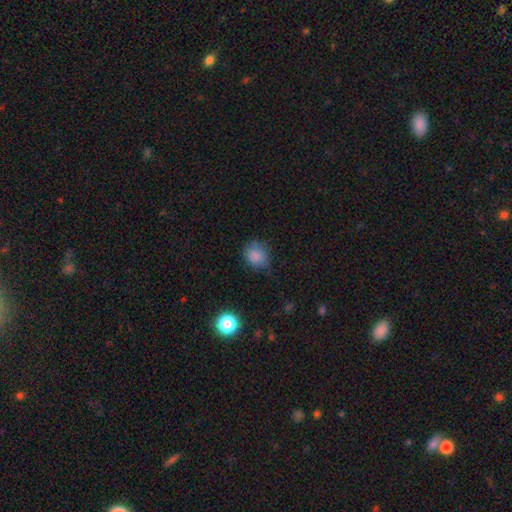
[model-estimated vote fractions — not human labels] This appears to be a smooth galaxy with no disk features (84%) that is round (63%). Merging: none (71%).